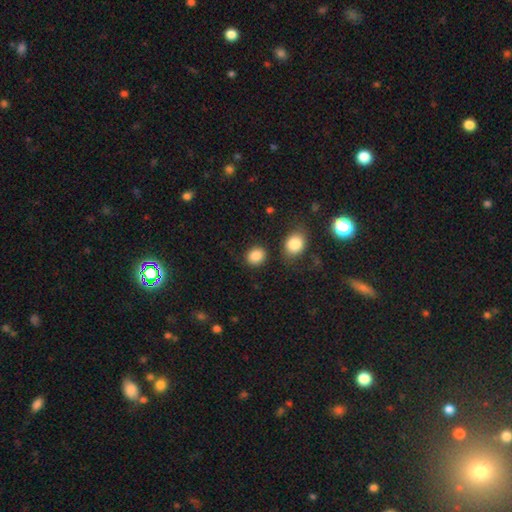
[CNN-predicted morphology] Smooth or featured?
  - smooth: 87% *
  - star or artifact: 9%
  - featured or disk: 4%
How rounded?
  - round: 66% *
  - in between: 33%
  - cigar-shaped: 1%
Merging?
  - none: 81% *
  - minor disturbance: 10%
  - merger: 5%
  - major disturbance: 4%